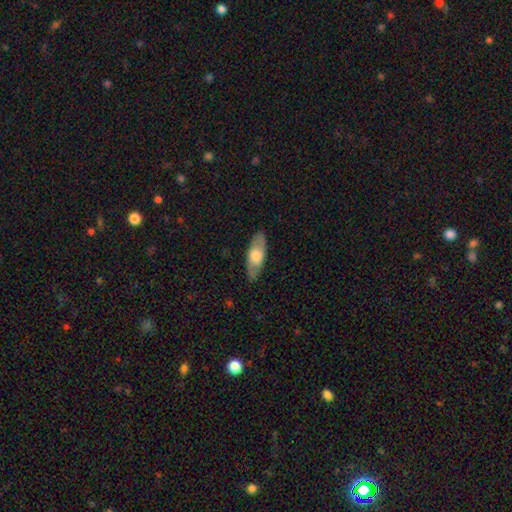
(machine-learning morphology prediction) Smooth or featured?
  - smooth: 61% *
  - featured or disk: 34%
  - star or artifact: 5%
How rounded?
  - in between: 69% *
  - cigar-shaped: 29%
  - round: 3%
Merging?
  - none: 85% *
  - minor disturbance: 11%
  - major disturbance: 2%
  - merger: 1%